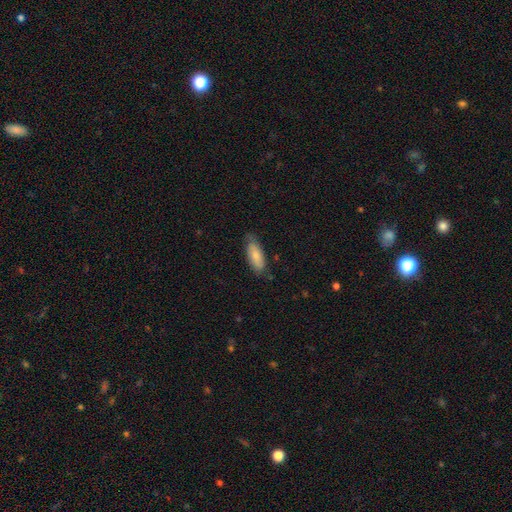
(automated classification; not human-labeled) smooth-or-featured: smooth: 78% | featured or disk: 16% | star or artifact: 6%
  how-rounded: in between: 73% | cigar-shaped: 25% | round: 2%
  merging: none: 67% | minor disturbance: 27% | major disturbance: 5% | merger: 2%